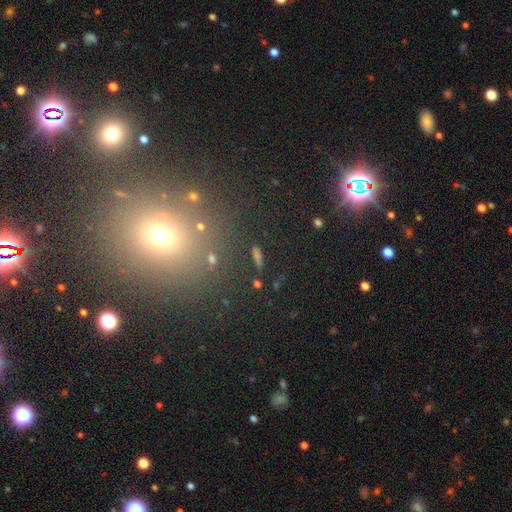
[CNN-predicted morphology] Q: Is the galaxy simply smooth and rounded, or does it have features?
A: star or artifact — 45%.